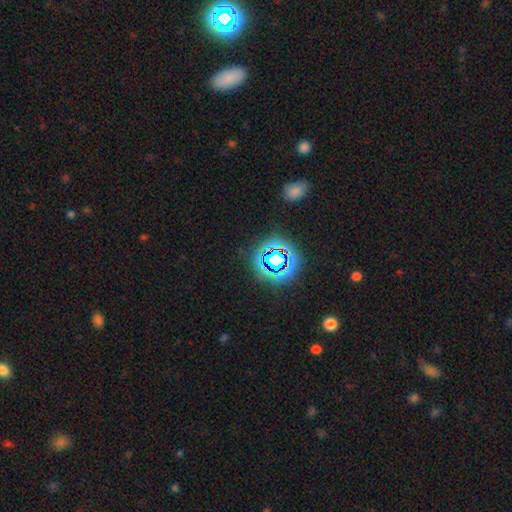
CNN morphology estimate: type=star or artifact (75%).